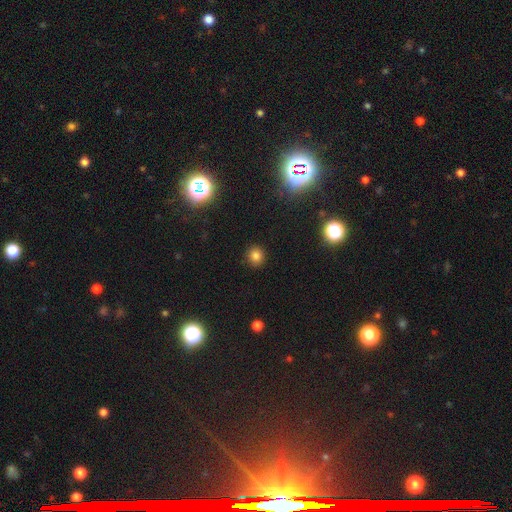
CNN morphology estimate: The model was most divided on "smooth or featured": smooth: 80%, star or artifact: 15%, featured or disk: 5%. More confident: merging — none (90%); how rounded — round (88%).